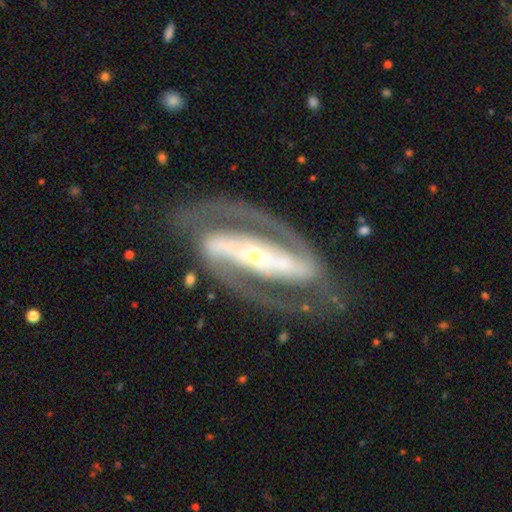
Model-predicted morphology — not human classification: A featured or disk galaxy (92%) with a strong bar (78%), 2 (93%) medium (51%) spiral arms (96%) and a small central bulge (71%).

Vote fractions:
- Smooth or featured? featured or disk: 92% / star or artifact: 4% / smooth: 4%
- Edge-on disk? no: 94% / yes: 6%
- Bar? strong: 78% / weak: 11% / no: 10%
- Spiral arms? yes: 96% / no: 4%
- Spiral winding? medium: 51% / tight: 37% / loose: 12%
- Spiral arm count? 2: 93% / can't tell: 2% / 1: 1% / 3: 1% / 4: 1% / more than 4: 1%
- Bulge size? small: 71% / moderate: 22% / large: 4% / dominant: 2% / none: 2%
- Merging? none: 80% / minor disturbance: 12% / major disturbance: 7% / merger: 2%